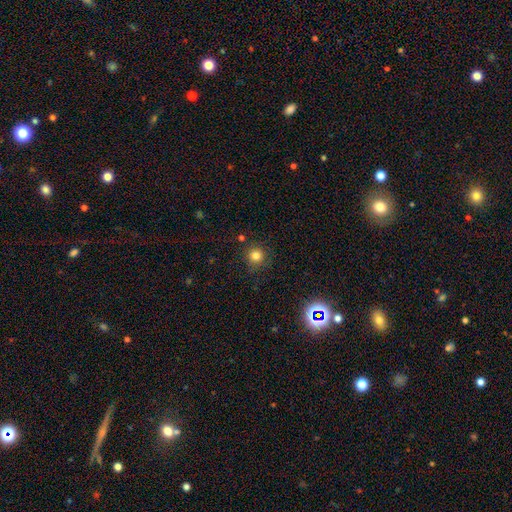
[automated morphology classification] This appears to be a smooth galaxy with no disk features (79%) that is round (94%). Merging: none (85%).